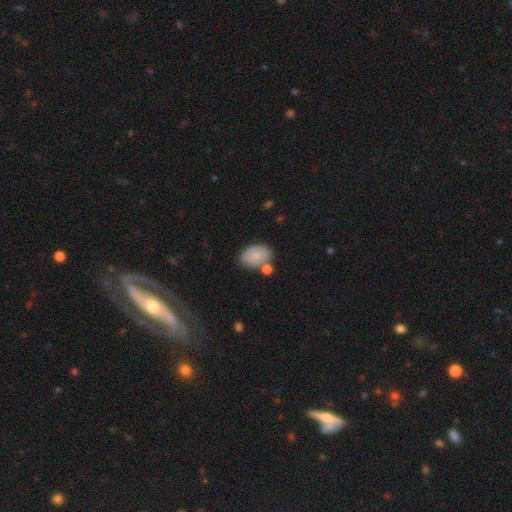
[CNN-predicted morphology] A smooth galaxy with no disk features (82%) that is in between round and cigar-shaped (86%).

Vote fractions:
- Smooth or featured? smooth: 82% / featured or disk: 11% / star or artifact: 7%
- How rounded? in between: 86% / round: 12% / cigar-shaped: 1%
- Merging? none: 65% / minor disturbance: 17% / merger: 14% / major disturbance: 5%